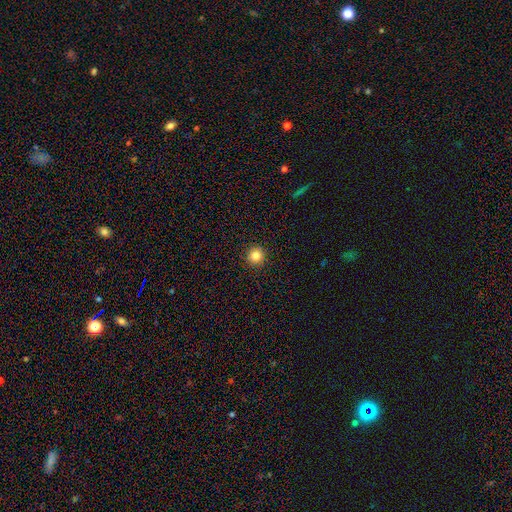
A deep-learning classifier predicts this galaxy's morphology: Smooth or featured? Predicted: smooth (p=0.83). How rounded? Predicted: round (p=0.96). Merging? Predicted: none (p=0.93).